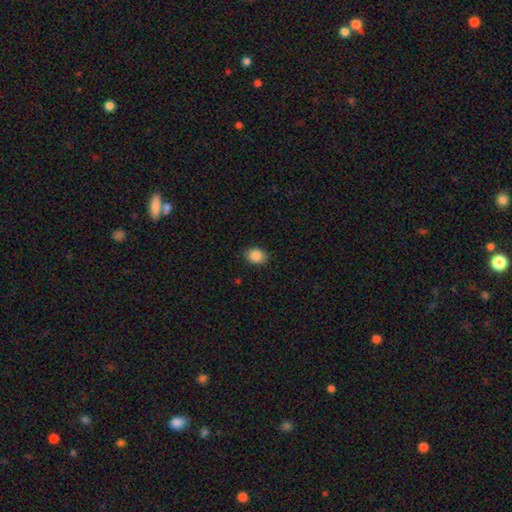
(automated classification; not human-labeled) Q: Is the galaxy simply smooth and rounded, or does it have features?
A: smooth — 87%.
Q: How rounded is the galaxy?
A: in between — 61%.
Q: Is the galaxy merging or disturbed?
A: none — 84%.